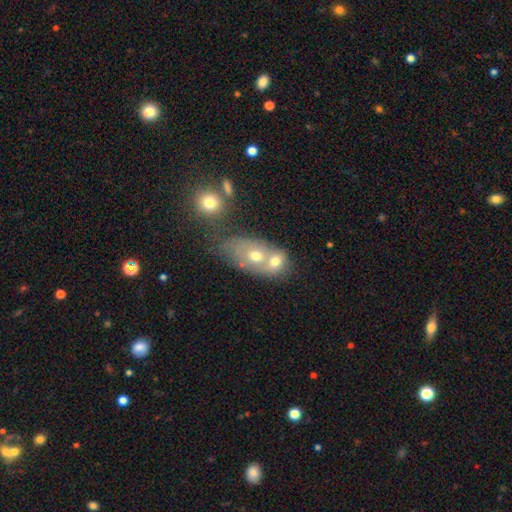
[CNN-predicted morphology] Smooth or featured?
  - smooth: 52% *
  - featured or disk: 35%
  - star or artifact: 13%
How rounded?
  - in between: 64% *
  - round: 33%
  - cigar-shaped: 3%
Merging?
  - merger: 66% *
  - none: 21%
  - minor disturbance: 8%
  - major disturbance: 5%